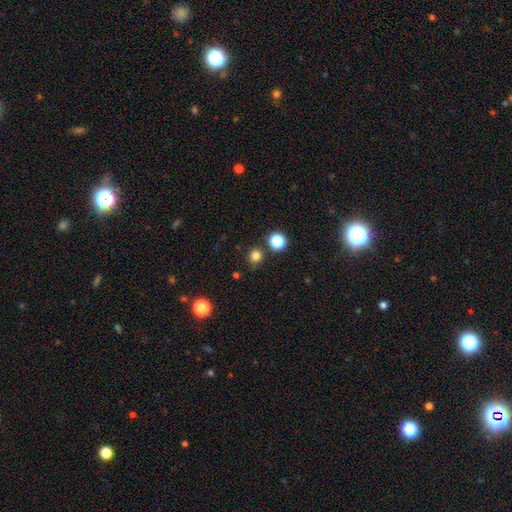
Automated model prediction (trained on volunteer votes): Smooth or featured? Predicted: smooth (p=0.78). How rounded? Predicted: round (p=0.92). Merging? Predicted: none (p=0.81).